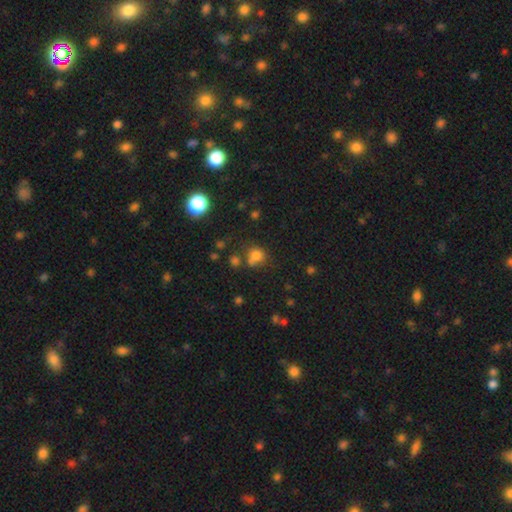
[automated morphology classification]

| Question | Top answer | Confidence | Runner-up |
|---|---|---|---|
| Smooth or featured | smooth | 74% | star or artifact (18%) |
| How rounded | round | 71% | in between (27%) |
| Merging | none | 48% | merger (23%) |